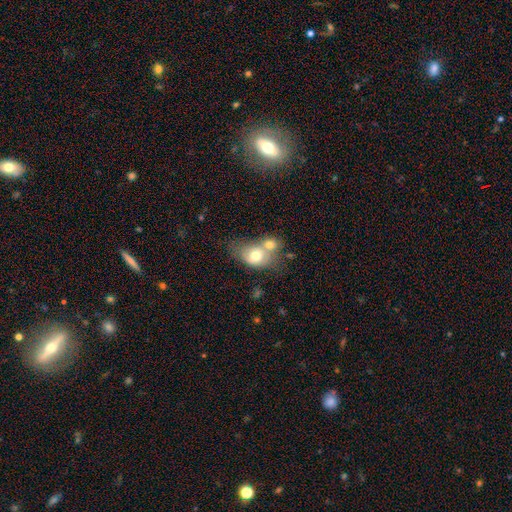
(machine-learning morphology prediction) This appears to be a smooth galaxy with no disk features (68%) that is in between round and cigar-shaped (58%). Merging: merger (63%).